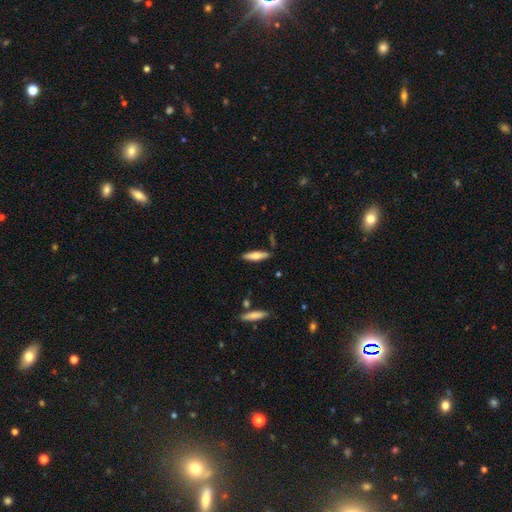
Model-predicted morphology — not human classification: smooth 64%, featured or disk 30%, star or artifact 6%. Down the decision tree: how rounded — cigar-shaped (69%); merging — none (85%).